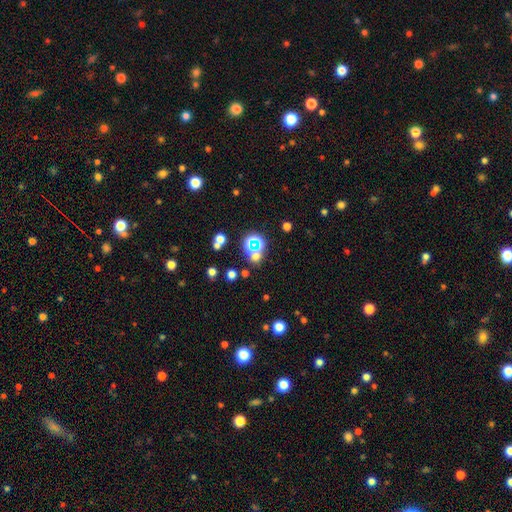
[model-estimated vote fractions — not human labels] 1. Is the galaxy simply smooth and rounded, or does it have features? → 53% star or artifact, 36% smooth, 11% featured or disk.